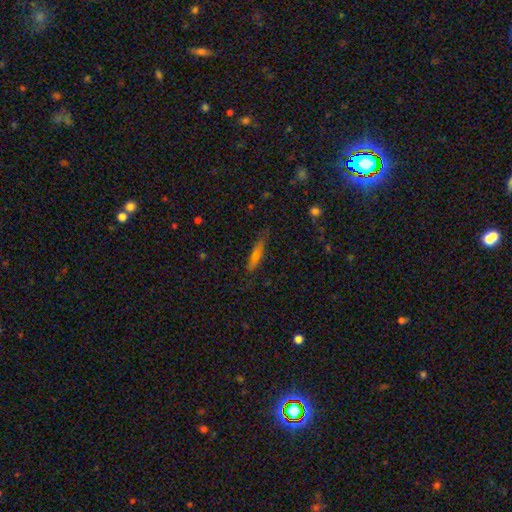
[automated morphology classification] Smooth or featured: smooth — 57% (featured or disk — 32%)
How rounded: cigar-shaped — 74% (in between — 23%)
Merging: none — 72% (minor disturbance — 21%)